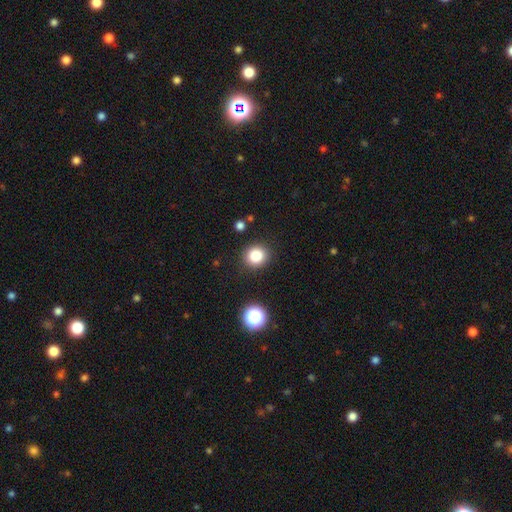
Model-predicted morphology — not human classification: Smooth or featured? smooth (83%)
How rounded? round (86%)
Merging? none (89%)